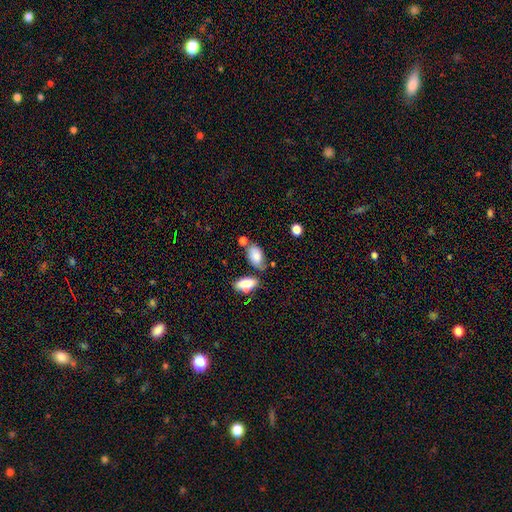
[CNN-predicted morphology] Smooth or featured? smooth (77%)
How rounded? in between (91%)
Merging? none (55%)